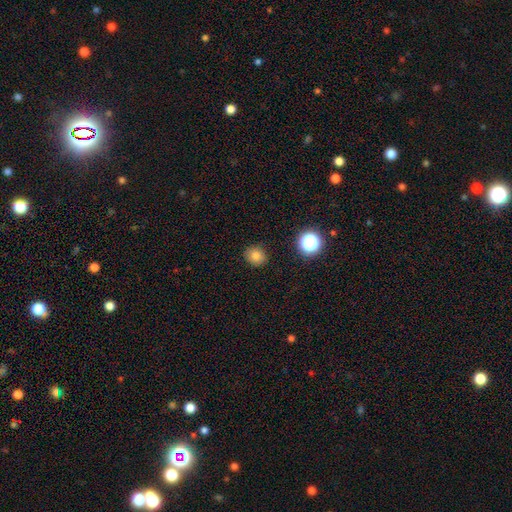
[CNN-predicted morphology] A smooth galaxy with no disk features (79%) that is round (80%).

Vote fractions:
- Smooth or featured? smooth: 79% / star or artifact: 14% / featured or disk: 7%
- How rounded? round: 80% / in between: 19% / cigar-shaped: 1%
- Merging? none: 89% / minor disturbance: 8% / major disturbance: 2% / merger: 1%